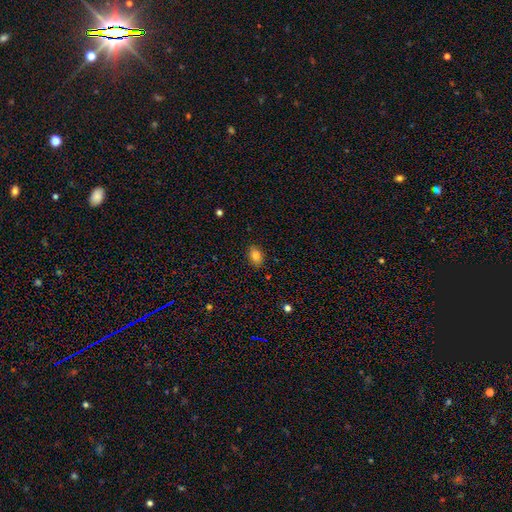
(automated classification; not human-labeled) Q: Smooth or featured?
A: smooth (84%); runner-up: star or artifact (9%)
Q: How rounded?
A: in between (81%); runner-up: round (17%)
Q: Merging?
A: none (87%); runner-up: minor disturbance (9%)